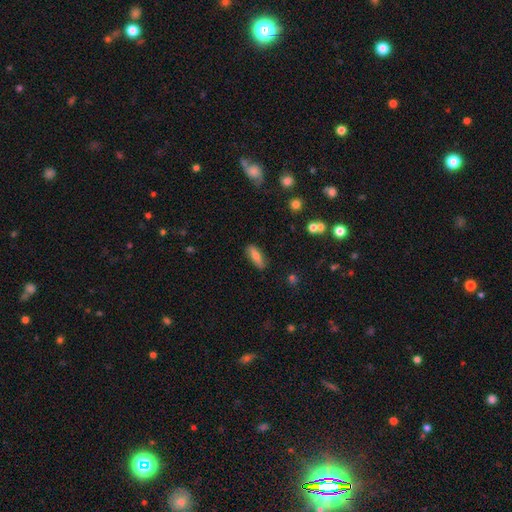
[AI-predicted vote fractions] A smooth galaxy with no disk features (67%) that is in between round and cigar-shaped (58%).

Vote fractions:
- Smooth or featured? smooth: 67% / featured or disk: 26% / star or artifact: 7%
- How rounded? in between: 58% / cigar-shaped: 38% / round: 3%
- Merging? none: 85% / minor disturbance: 11% / major disturbance: 2% / merger: 2%